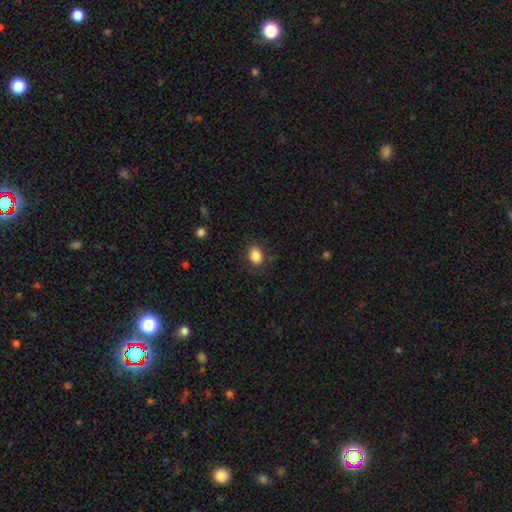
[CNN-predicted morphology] smooth_or_featured: smooth (p=0.86) [alt: star or artifact p=0.09]
how_rounded: round (p=0.53) [alt: in between p=0.47]
merging: none (p=0.85) [alt: minor disturbance p=0.11]